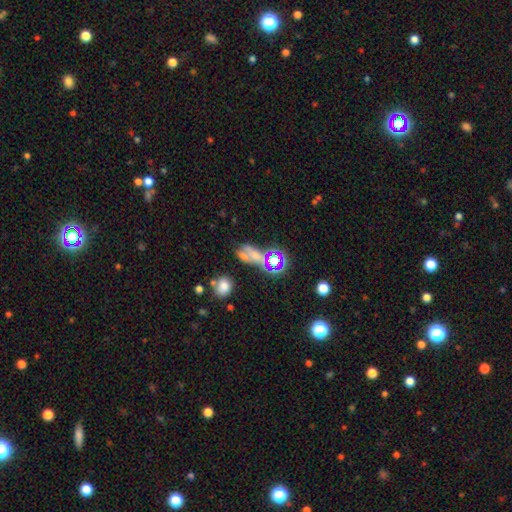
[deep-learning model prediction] The model was most divided on "merging": merger: 34%, none: 33%, major disturbance: 17%, minor disturbance: 16%. Remaining: smooth or featured — smooth (40%).